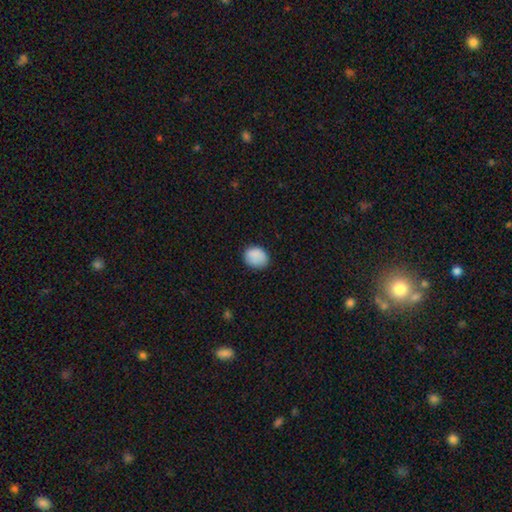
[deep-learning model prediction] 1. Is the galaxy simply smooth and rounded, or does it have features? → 85% smooth, 8% star or artifact, 6% featured or disk.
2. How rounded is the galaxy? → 56% round, 44% in between, 1% cigar-shaped.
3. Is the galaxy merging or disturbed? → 78% none, 17% minor disturbance, 4% major disturbance, 1% merger.